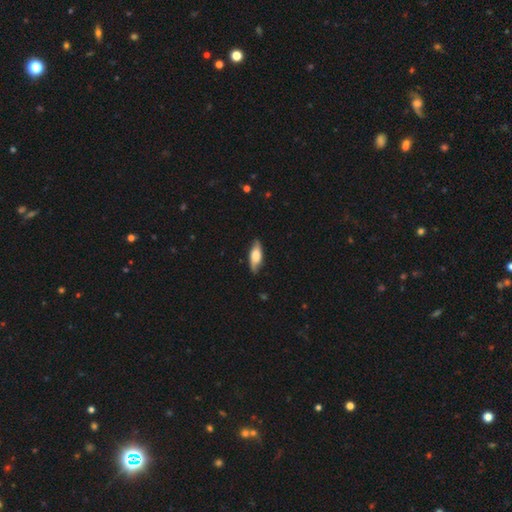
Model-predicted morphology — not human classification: The model was most divided on "smooth or featured": smooth: 62%, featured or disk: 32%, star or artifact: 6%. More confident: merging — none (82%); how rounded — in between (68%).